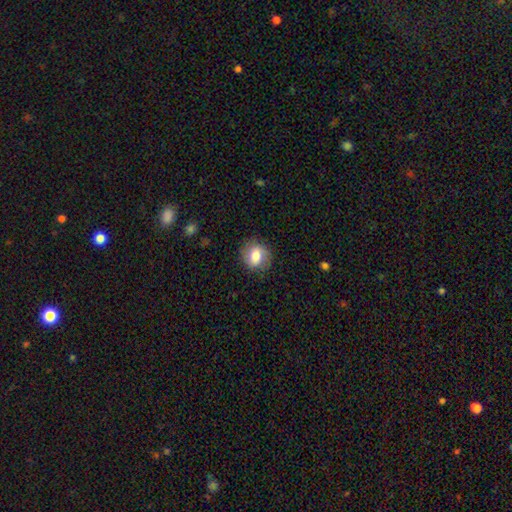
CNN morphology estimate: This appears to be a smooth galaxy with no disk features (73%) that is round (71%). Merging: none (82%).